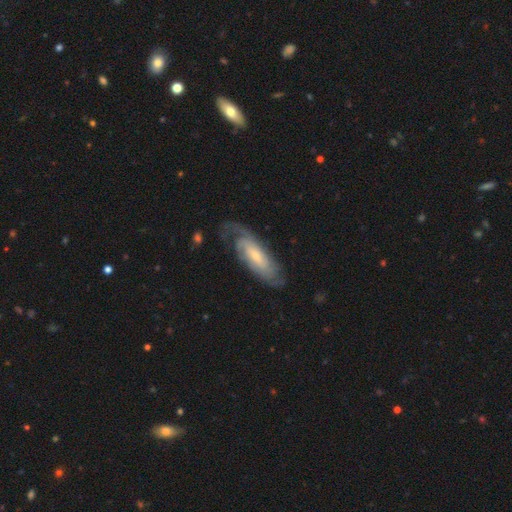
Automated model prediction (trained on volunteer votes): Morphology: type=featured or disk (75%); edge-on=no (87%); bar=no (56%); spiral arms=yes (93%); winding=tight (53%); arm count=2 (44%); bulge=small (56%); merging=none (66%).